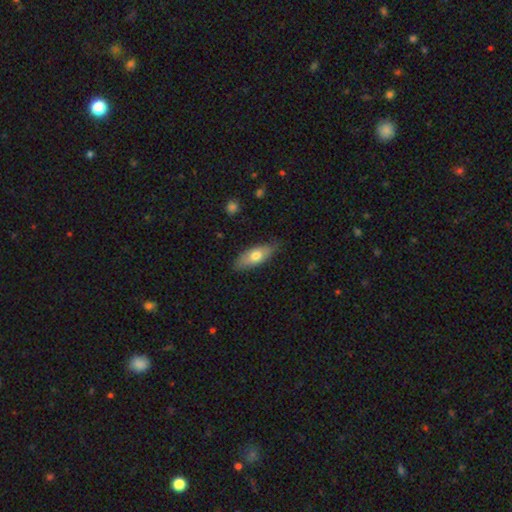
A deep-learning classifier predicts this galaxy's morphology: smooth 68%, featured or disk 26%, star or artifact 6%. Down the decision tree: how rounded — in between (80%); merging — none (79%).